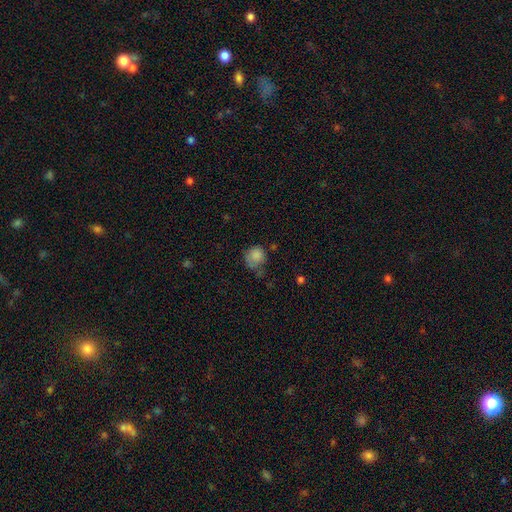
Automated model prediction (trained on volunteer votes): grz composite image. It shows a smooth galaxy with no disk features (82%) that is round (82%). Merging: none (46%).